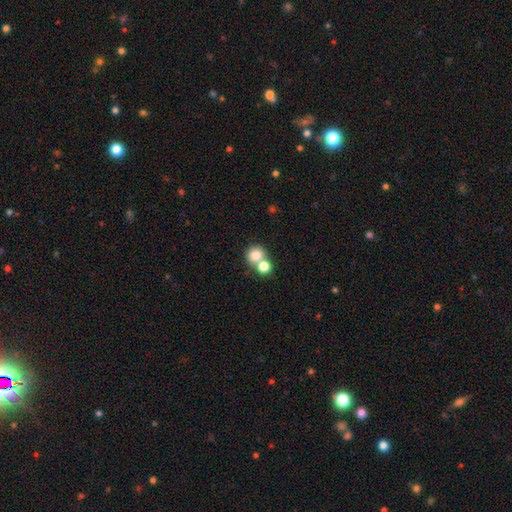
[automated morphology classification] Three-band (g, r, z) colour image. It shows a smooth galaxy with no disk features (78%) that is round (83%). Merging: merger (49%).